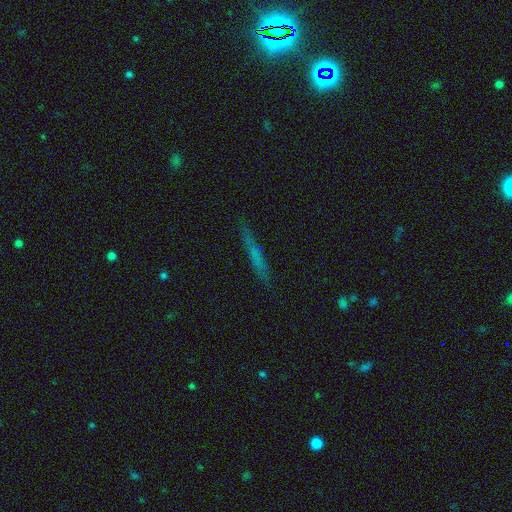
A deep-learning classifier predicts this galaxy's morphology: type=smooth (53%); roundness=cigar-shaped (94%); merging=none (85%).